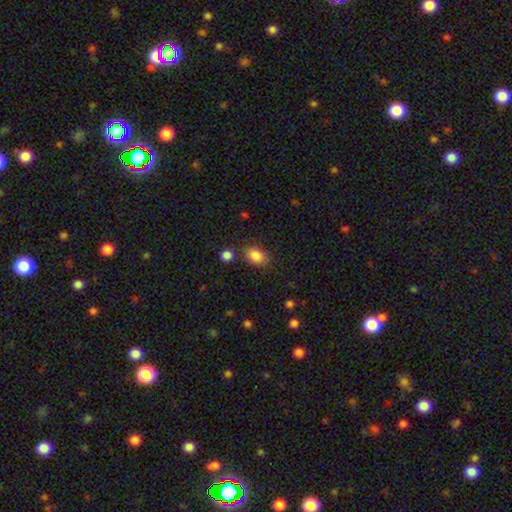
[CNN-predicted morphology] type=smooth (87%); roundness=in between (83%); merging=none (77%).